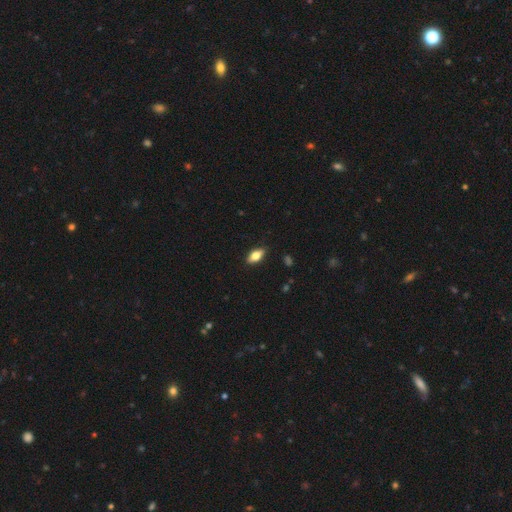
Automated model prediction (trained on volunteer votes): The model was most divided on "smooth or featured": smooth: 72%, featured or disk: 21%, star or artifact: 7%. More confident: merging — none (87%); how rounded — in between (86%).